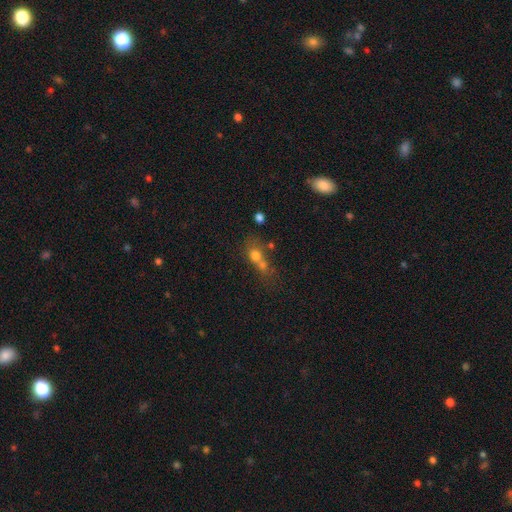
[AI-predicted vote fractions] Smooth or featured: smooth — 62% (featured or disk — 21%)
How rounded: round — 60% (in between — 34%)
Merging: merger — 58% (none — 25%)